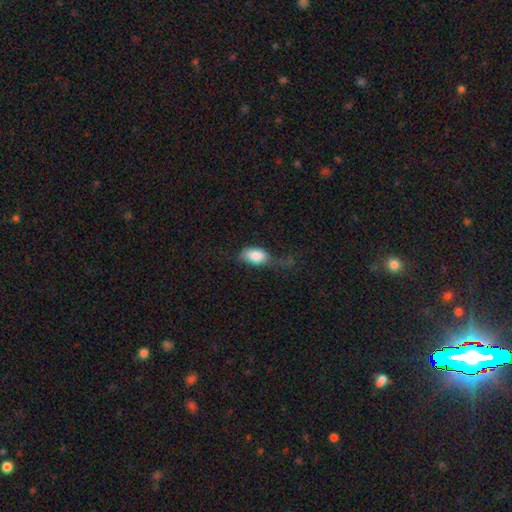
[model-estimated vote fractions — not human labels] The model was most divided on "merging": major disturbance: 40%, minor disturbance: 30%, none: 26%, merger: 4%. More confident: how rounded — in between (88%); smooth or featured — smooth (81%).